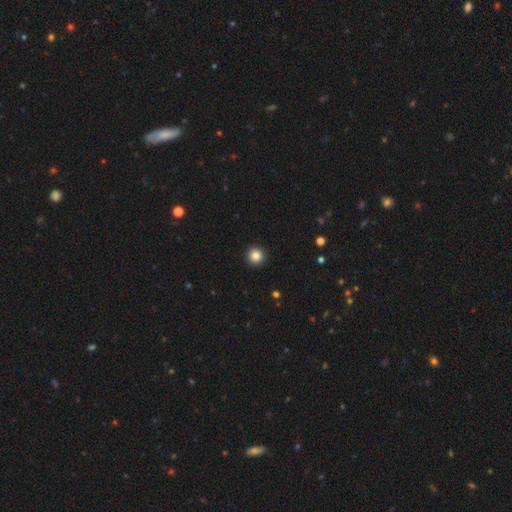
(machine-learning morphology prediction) This appears to be a smooth galaxy with no disk features (85%) that is round (96%). Merging: none (94%).